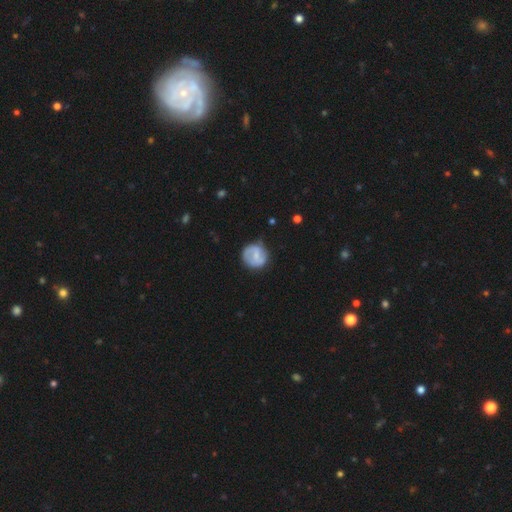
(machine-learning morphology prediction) This is possibly a featured or disk galaxy (51%). It is clearly not viewed edge-on (97%). Merging: likely none (69%).